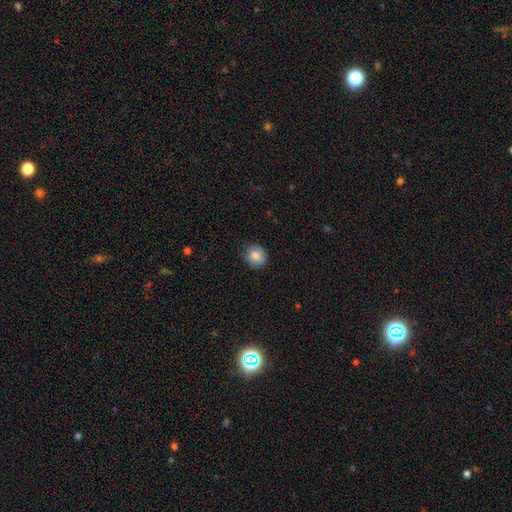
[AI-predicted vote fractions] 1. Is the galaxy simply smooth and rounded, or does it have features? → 85% smooth, 9% star or artifact, 7% featured or disk.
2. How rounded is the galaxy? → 88% round, 11% in between, 1% cigar-shaped.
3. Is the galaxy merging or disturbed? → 84% none, 13% minor disturbance, 2% major disturbance, 1% merger.